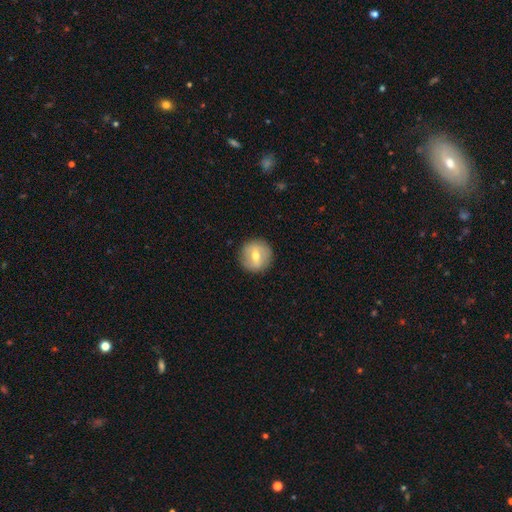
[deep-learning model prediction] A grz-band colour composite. It shows a smooth galaxy with no disk features (47%). Merging: none (88%).